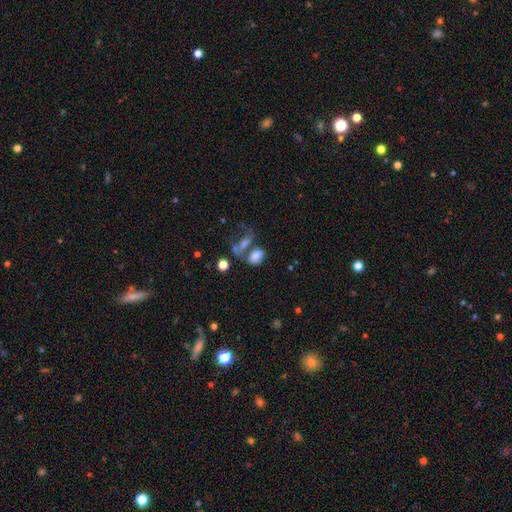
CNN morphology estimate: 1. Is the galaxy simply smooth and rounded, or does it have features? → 72% smooth, 15% featured or disk, 13% star or artifact.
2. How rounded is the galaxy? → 83% in between, 16% round, 2% cigar-shaped.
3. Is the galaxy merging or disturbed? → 41% merger, 32% none, 13% minor disturbance, 13% major disturbance.